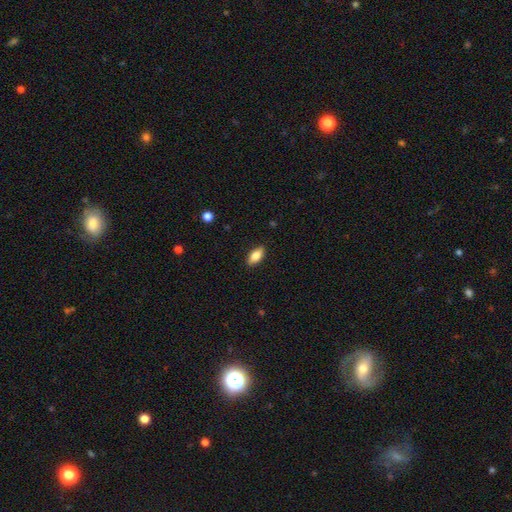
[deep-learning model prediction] Morphology: type=smooth (79%); roundness=in between (86%); merging=none (88%).